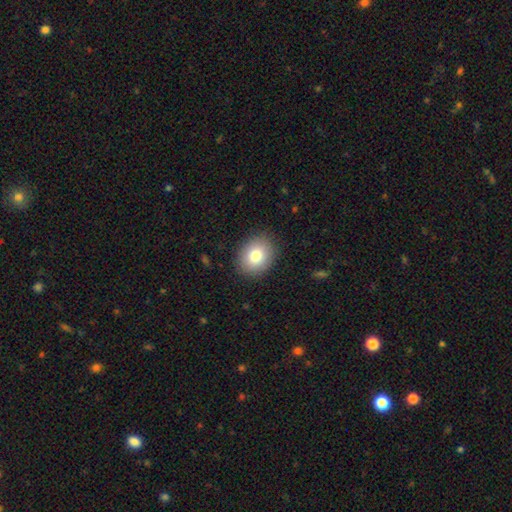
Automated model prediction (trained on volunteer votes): A smooth galaxy with no disk features (82%) that is round (51%). Merging: none (88%).